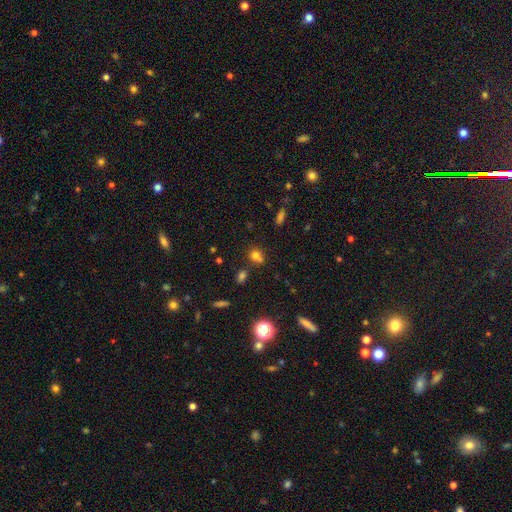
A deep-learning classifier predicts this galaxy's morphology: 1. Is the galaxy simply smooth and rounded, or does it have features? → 69% smooth, 21% star or artifact, 10% featured or disk.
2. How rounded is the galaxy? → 68% round, 30% in between, 2% cigar-shaped.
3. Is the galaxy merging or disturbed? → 53% none, 31% merger, 11% minor disturbance, 4% major disturbance.